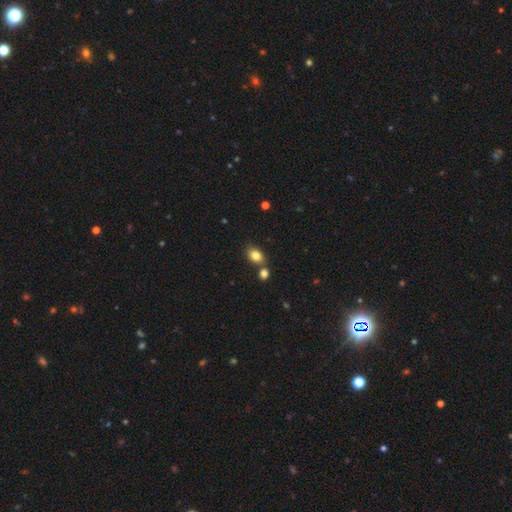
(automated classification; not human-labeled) Overall: smooth (83%). How rounded: in between (76%). Merging: none (67%).